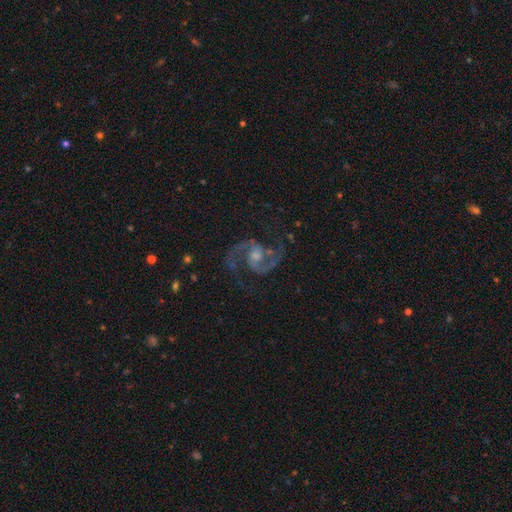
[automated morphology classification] featured or disk 93%, star or artifact 5%, smooth 3%. Down the decision tree: edge-on disk — no (98%); bar — no (48%); spiral arms — yes (98%); spiral arm count — 2 (94%); spiral winding — medium (67%); bulge size — moderate (47%); merging — none (79%).